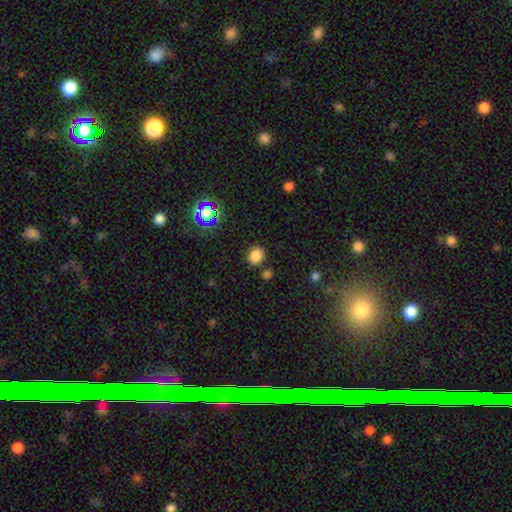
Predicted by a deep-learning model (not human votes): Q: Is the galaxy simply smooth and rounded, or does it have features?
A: smooth — 81%.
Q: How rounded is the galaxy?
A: round — 63%.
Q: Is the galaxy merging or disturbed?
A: none — 80%.